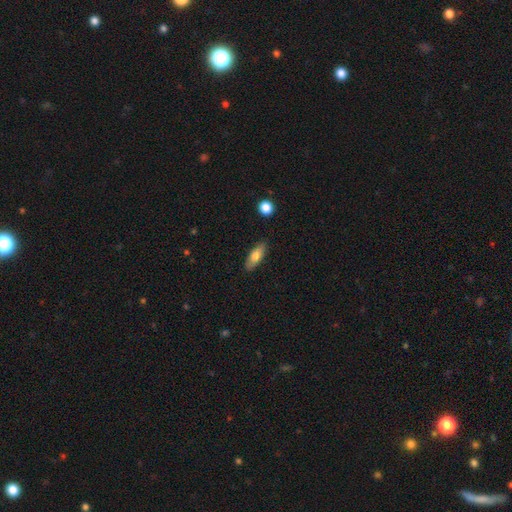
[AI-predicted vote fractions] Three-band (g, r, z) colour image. It shows a smooth galaxy with no disk features (75%) that is in between round and cigar-shaped (64%). Merging: none (86%).